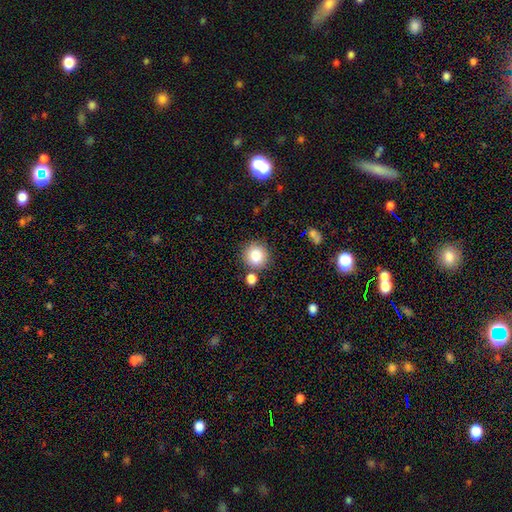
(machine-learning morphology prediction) Smooth or featured? Predicted: smooth (p=0.84). How rounded? Predicted: round (p=0.90). Merging? Predicted: none (p=0.78).